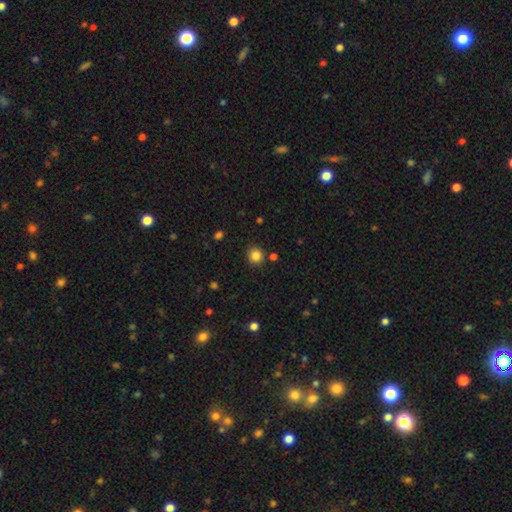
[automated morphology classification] Smooth or featured? smooth (84%)
How rounded? round (88%)
Merging? none (85%)